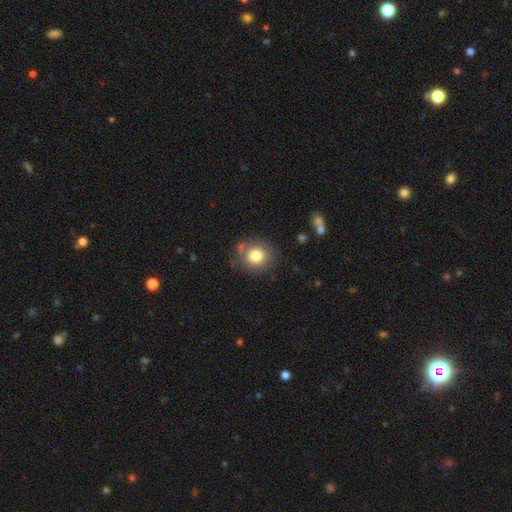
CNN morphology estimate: type=smooth (80%); roundness=round (86%); merging=none (75%).